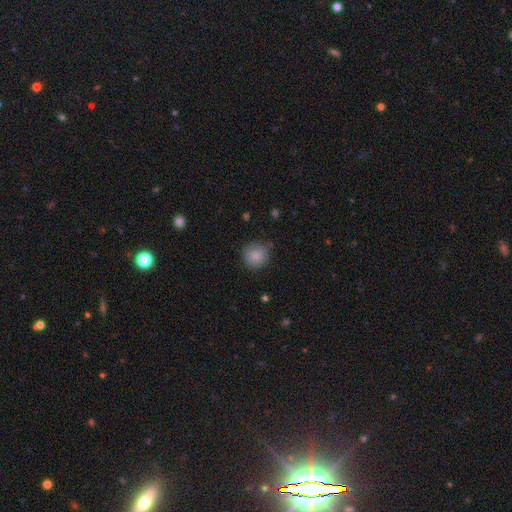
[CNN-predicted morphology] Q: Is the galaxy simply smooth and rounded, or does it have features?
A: smooth — 86%.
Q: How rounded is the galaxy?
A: round — 92%.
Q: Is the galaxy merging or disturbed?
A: none — 81%.